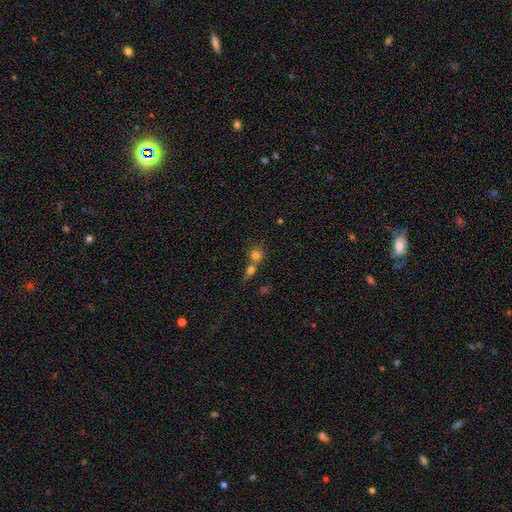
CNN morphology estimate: This appears to be a smooth galaxy with no disk features (78%) that is round (82%). Merging: merger (48%).